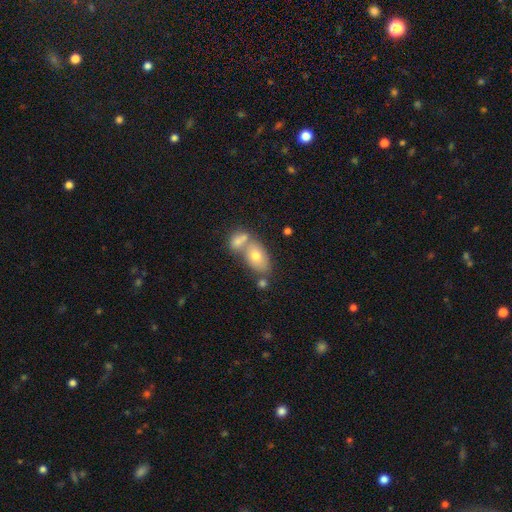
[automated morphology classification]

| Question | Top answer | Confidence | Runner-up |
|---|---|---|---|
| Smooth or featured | smooth | 71% | featured or disk (21%) |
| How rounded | in between | 89% | round (9%) |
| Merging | merger | 42% | none (41%) |